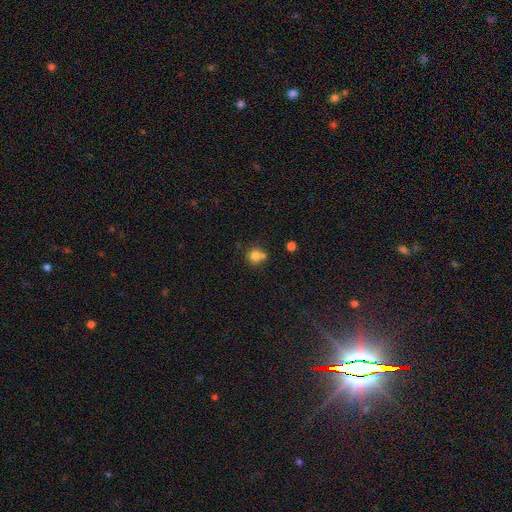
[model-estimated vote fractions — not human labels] smooth-or-featured: smooth: 78% | star or artifact: 12% | featured or disk: 10%
  how-rounded: round: 88% | in between: 11% | cigar-shaped: 1%
  merging: none: 52% | merger: 35% | minor disturbance: 10% | major disturbance: 4%